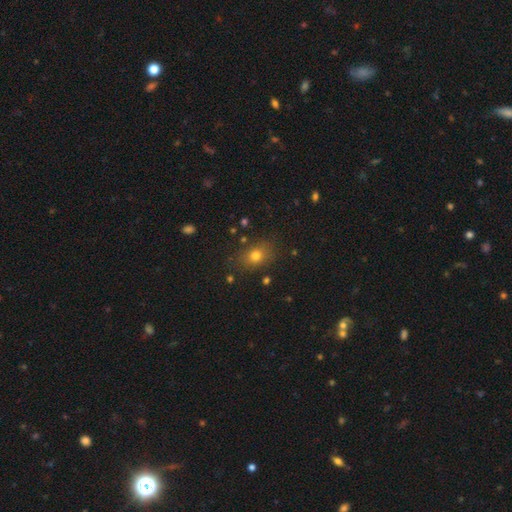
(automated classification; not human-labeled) Overall: smooth (75%). How rounded: in between (60%; round 38%). Merging: none (81%).